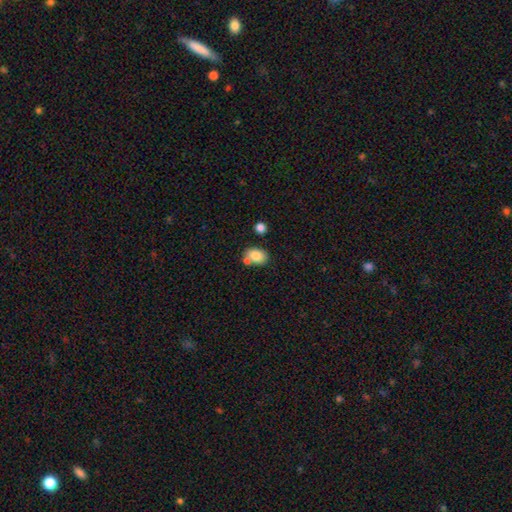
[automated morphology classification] The model was most divided on "merging": none: 57%, merger: 25%, minor disturbance: 14%, major disturbance: 4%. More confident: smooth or featured — smooth (82%); how rounded — in between (74%).